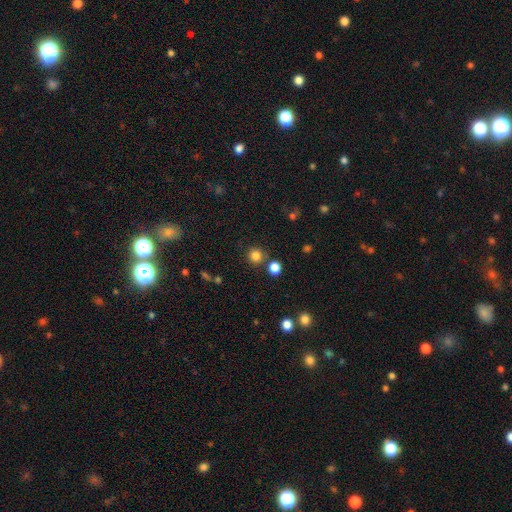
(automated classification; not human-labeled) smooth-or-featured: smooth: 81% | star or artifact: 14% | featured or disk: 5%
  how-rounded: round: 91% | in between: 8% | cigar-shaped: 1%
  merging: none: 80% | merger: 9% | minor disturbance: 8% | major disturbance: 3%